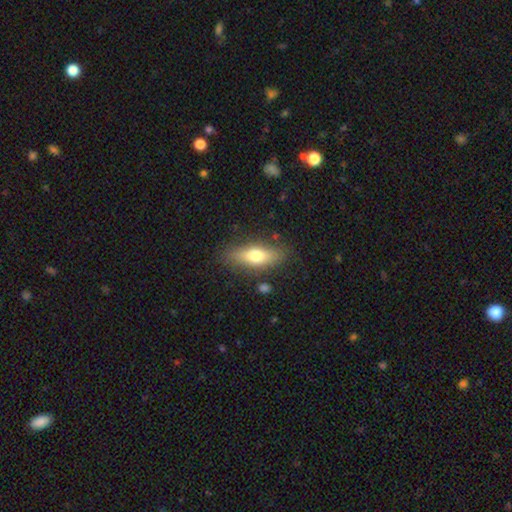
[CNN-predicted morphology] Q: Smooth or featured?
A: smooth (69%); runner-up: featured or disk (24%)
Q: How rounded?
A: in between (63%); runner-up: cigar-shaped (33%)
Q: Merging?
A: none (80%); runner-up: minor disturbance (13%)